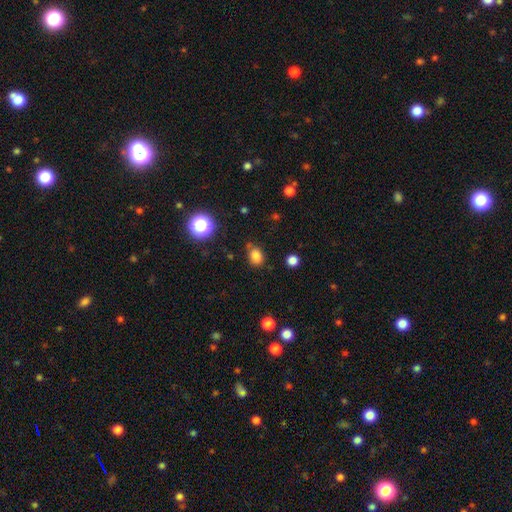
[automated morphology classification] Smooth or featured? smooth (80%)
How rounded? in between (63%)
Merging? none (66%)